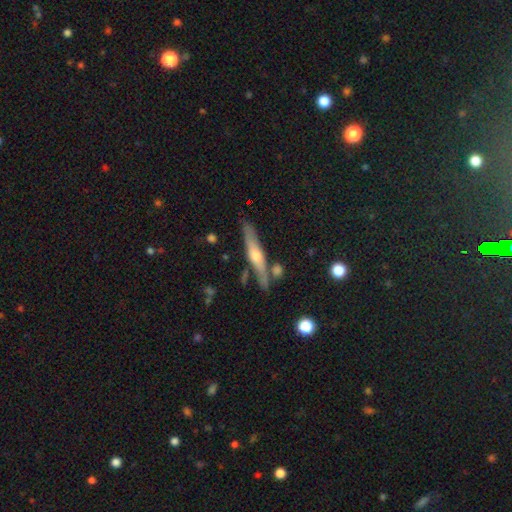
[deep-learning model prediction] Morphology: type=featured or disk (68%); edge-on=yes (95%); edge-on bulge=rounded (86%); merging=none (79%).